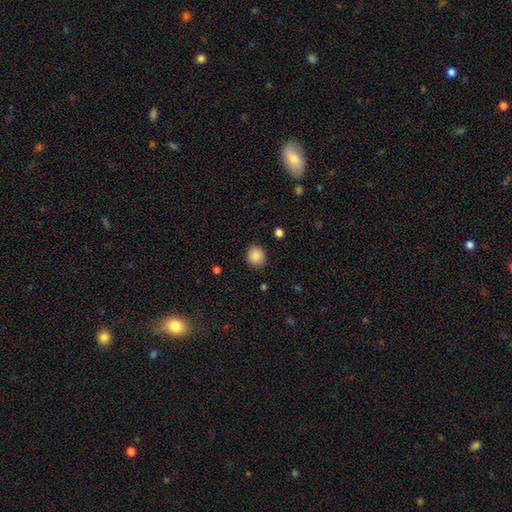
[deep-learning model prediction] Morphology: type=smooth (88%); roundness=round (83%); merging=none (87%).